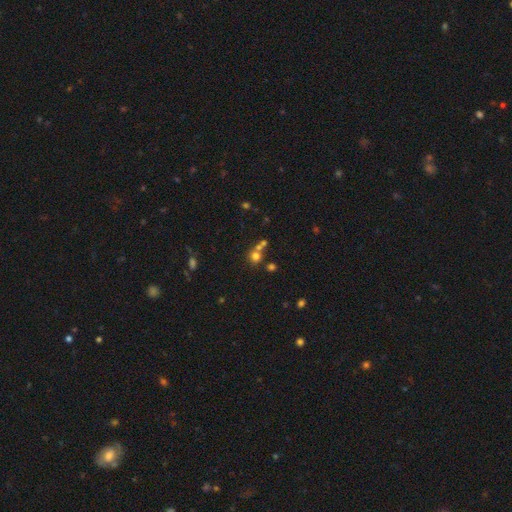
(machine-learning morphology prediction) smooth 58%, star or artifact 31%, featured or disk 11%. Down the decision tree: how rounded — round (88%); merging — none (57%).